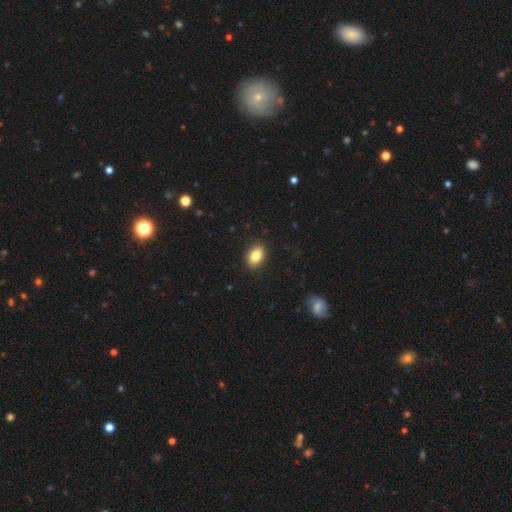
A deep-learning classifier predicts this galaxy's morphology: Smooth or featured? smooth (85%)
How rounded? in between (87%)
Merging? none (89%)